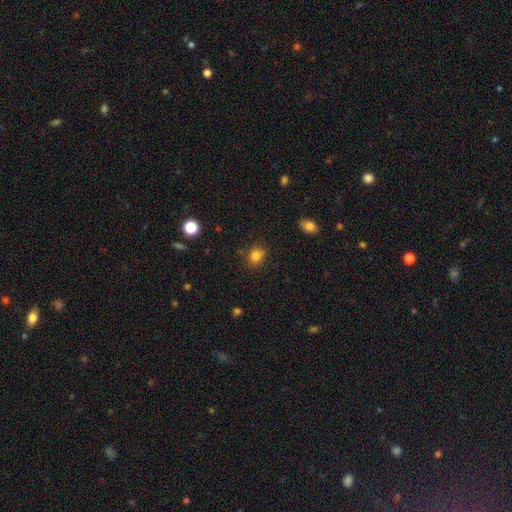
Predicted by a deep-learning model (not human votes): The model was most divided on "how rounded": round: 73%, in between: 26%, cigar-shaped: 1%. More confident: smooth or featured — smooth (82%); merging — none (79%).